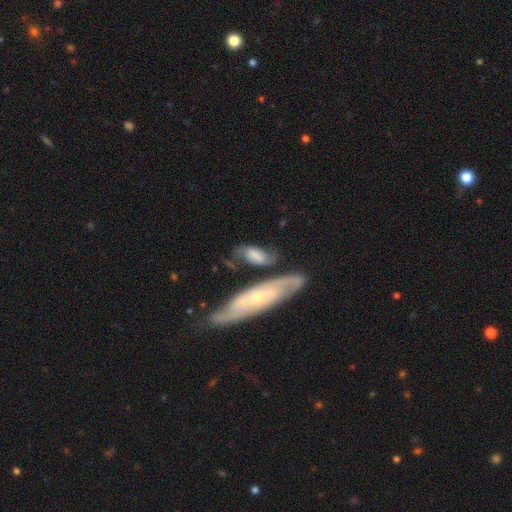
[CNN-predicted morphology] Smooth or featured: smooth — 48% (featured or disk — 45%)
Merging: none — 49% (minor disturbance — 24%)